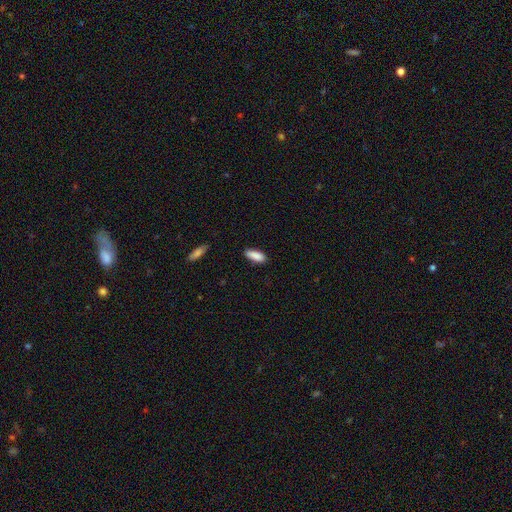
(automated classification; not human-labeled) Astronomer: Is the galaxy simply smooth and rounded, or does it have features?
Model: smooth — 89%.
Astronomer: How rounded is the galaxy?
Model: in between — 69%.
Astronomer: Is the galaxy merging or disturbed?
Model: none — 82%.